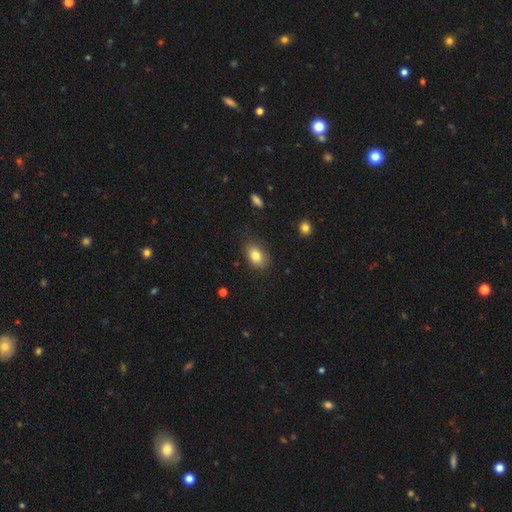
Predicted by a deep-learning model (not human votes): Smooth or featured?
  - smooth: 81% *
  - featured or disk: 9%
  - star or artifact: 9%
How rounded?
  - in between: 80% *
  - round: 19%
  - cigar-shaped: 1%
Merging?
  - none: 81% *
  - minor disturbance: 14%
  - major disturbance: 3%
  - merger: 1%